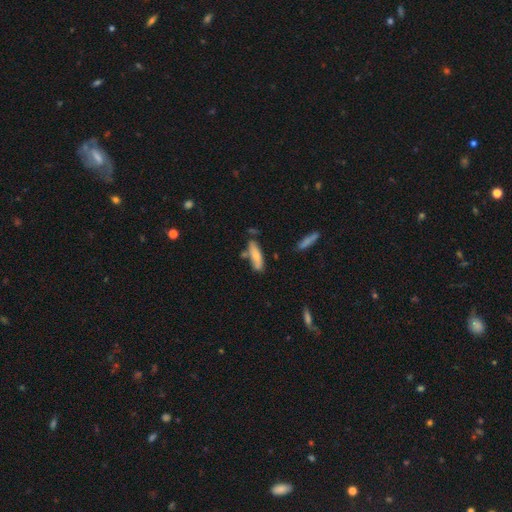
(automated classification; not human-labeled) This appears to be a smooth galaxy with no disk features (73%) that is cigar-shaped (57%). Merging: none (67%).